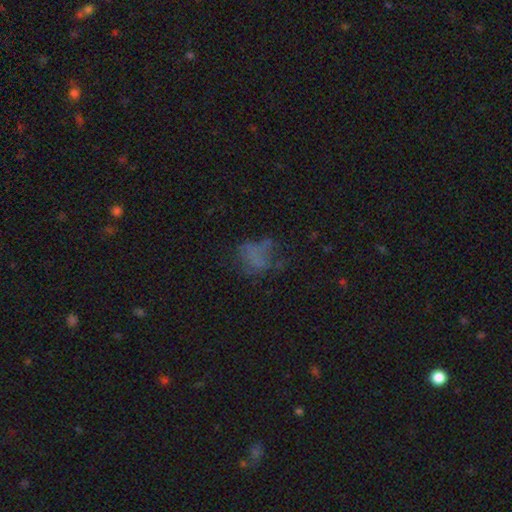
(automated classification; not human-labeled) smooth 47%, featured or disk 29%, star or artifact 24%. Down the decision tree: merging — none (42%).